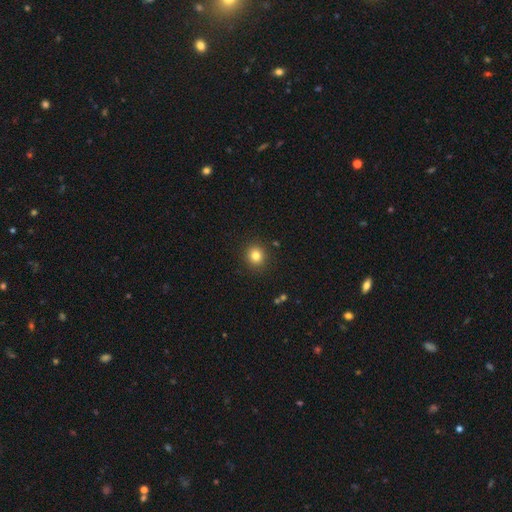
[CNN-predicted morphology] smooth 82%, star or artifact 12%, featured or disk 6%. Down the decision tree: how rounded — round (87%); merging — none (90%).